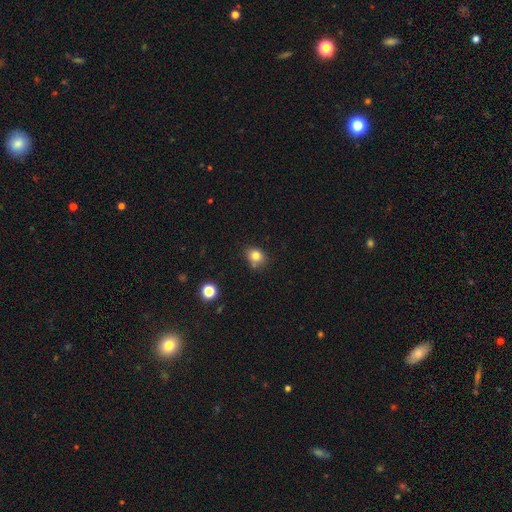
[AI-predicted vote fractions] Smooth or featured: smooth — 80% (star or artifact — 12%)
How rounded: round — 59% (in between — 40%)
Merging: none — 71% (minor disturbance — 19%)